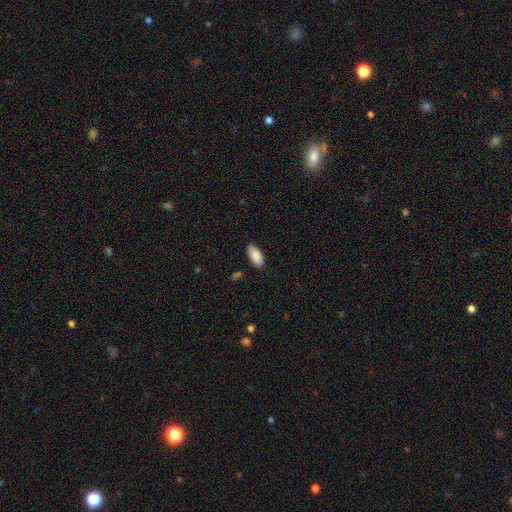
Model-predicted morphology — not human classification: Smooth or featured?
  - smooth: 86% *
  - featured or disk: 7%
  - star or artifact: 6%
How rounded?
  - in between: 90% *
  - cigar-shaped: 8%
  - round: 2%
Merging?
  - none: 86% *
  - minor disturbance: 11%
  - major disturbance: 2%
  - merger: 1%